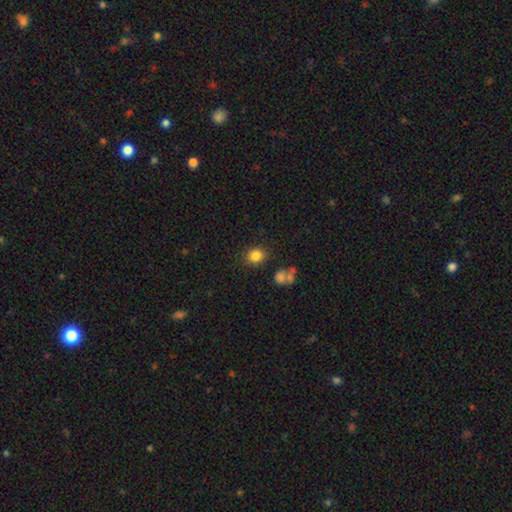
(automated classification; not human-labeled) Q: Smooth or featured?
A: smooth (84%); runner-up: star or artifact (11%)
Q: How rounded?
A: round (70%); runner-up: in between (29%)
Q: Merging?
A: none (82%); runner-up: minor disturbance (10%)